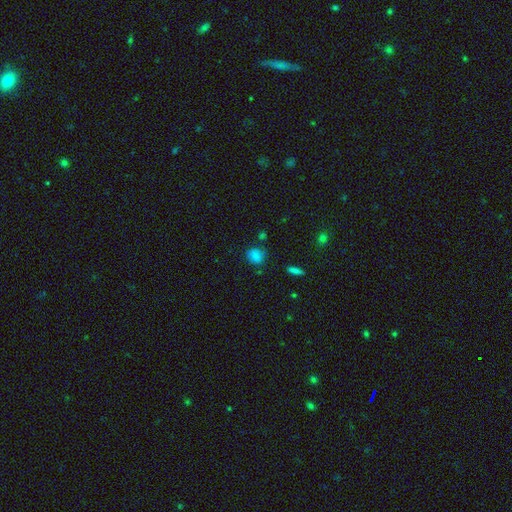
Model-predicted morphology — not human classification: A smooth galaxy with no disk features (81%) that is round (68%). Merging: none (74%).